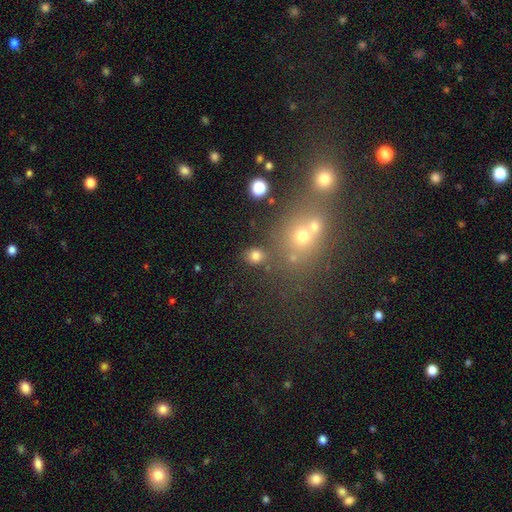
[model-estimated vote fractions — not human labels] smooth 76%, star or artifact 16%, featured or disk 7%. Down the decision tree: how rounded — round (67%); merging — none (77%).